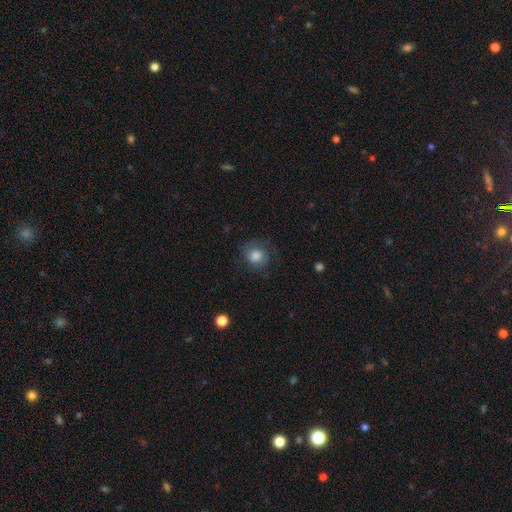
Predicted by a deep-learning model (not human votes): A smooth galaxy with no disk features (78%) that is round (81%). Merging: none (71%).